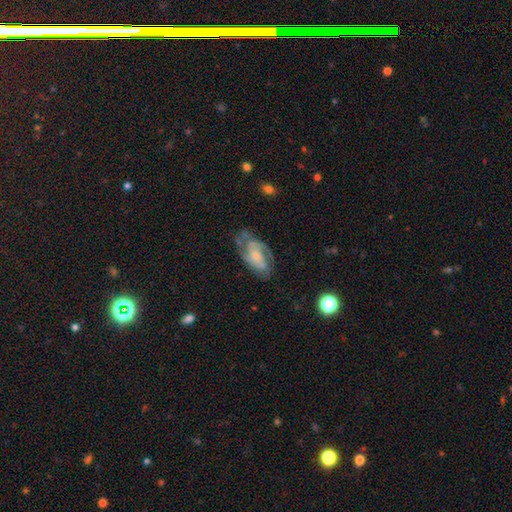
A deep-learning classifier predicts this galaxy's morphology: A featured or disk galaxy (73%) with no bar (68%), 2 (45%) medium (44%) spiral arms (86%) and a small central bulge (48%). Merging: none (57%).